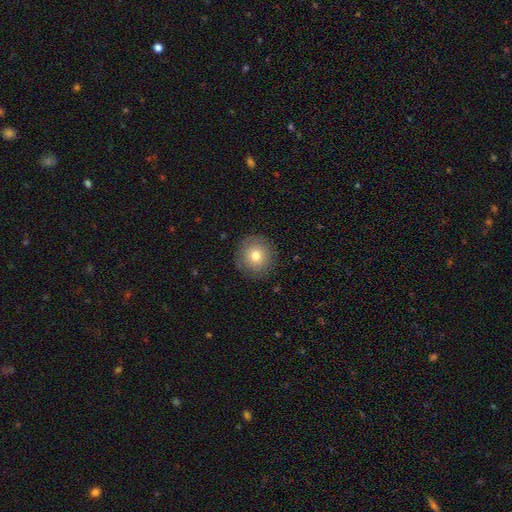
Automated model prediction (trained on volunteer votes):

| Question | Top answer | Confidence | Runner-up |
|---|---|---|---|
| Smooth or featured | smooth | 76% | featured or disk (13%) |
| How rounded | round | 93% | in between (6%) |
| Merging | none | 88% | minor disturbance (9%) |